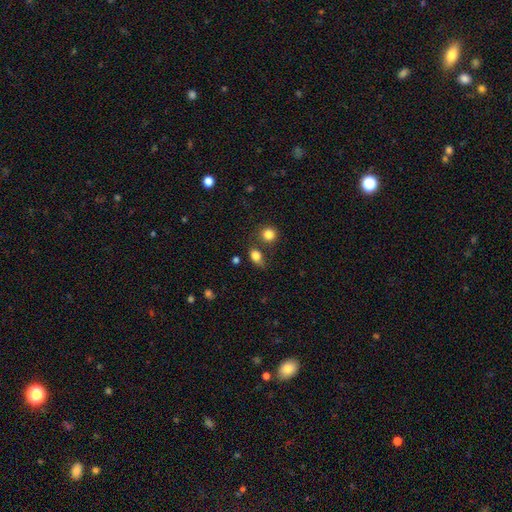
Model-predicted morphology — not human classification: Overall: smooth (82%). How rounded: in between (64%; round 33%). Merging: none (54%; minor disturbance 22%).